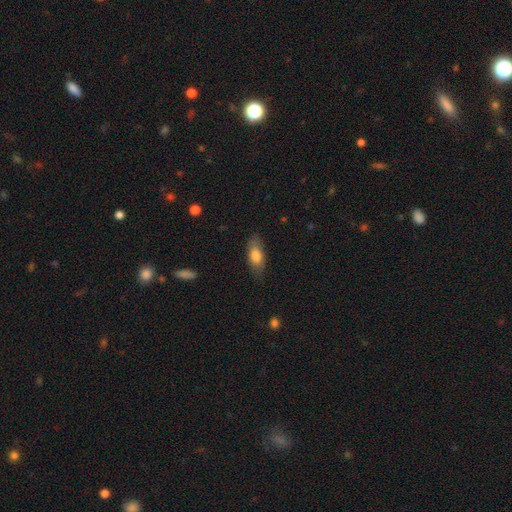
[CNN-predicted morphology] Smooth or featured?
  - smooth: 76% *
  - featured or disk: 17%
  - star or artifact: 6%
How rounded?
  - in between: 77% *
  - cigar-shaped: 20%
  - round: 3%
Merging?
  - none: 79% *
  - minor disturbance: 16%
  - major disturbance: 4%
  - merger: 1%